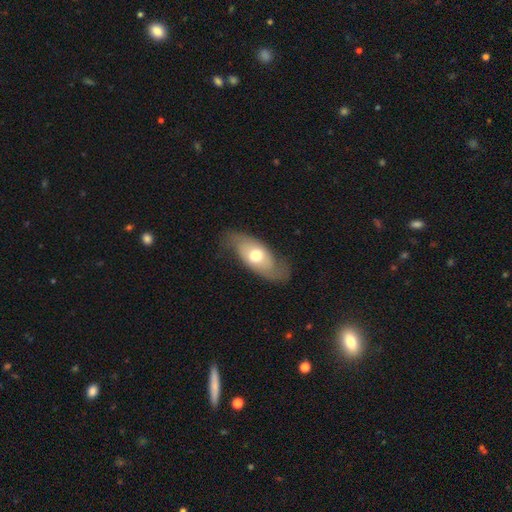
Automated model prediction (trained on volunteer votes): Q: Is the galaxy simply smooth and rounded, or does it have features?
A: featured or disk — 56%.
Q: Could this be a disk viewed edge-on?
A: no — 87%.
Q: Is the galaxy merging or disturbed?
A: none — 65%.